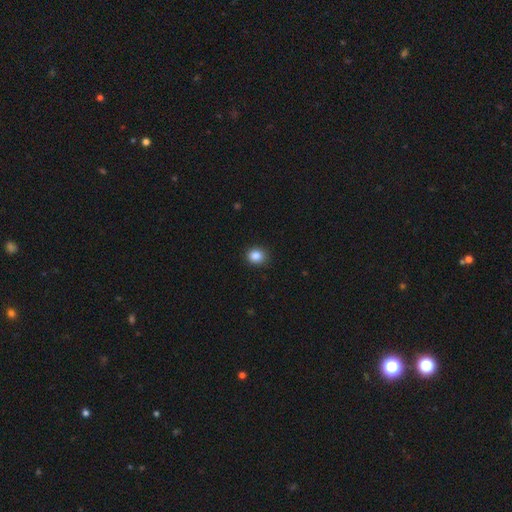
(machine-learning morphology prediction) This is clearly a smooth galaxy (86%). How rounded: likely round (74%). Merging: clearly none (89%).